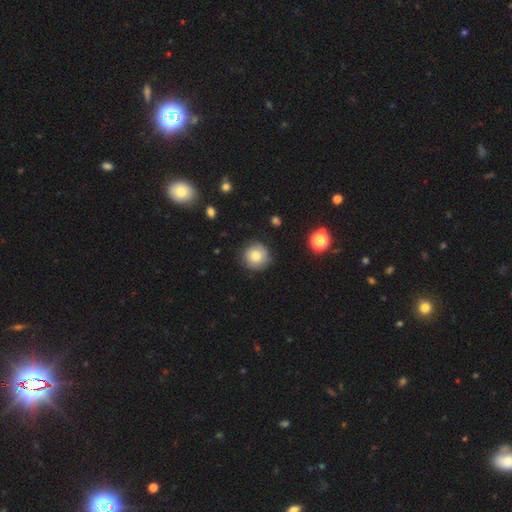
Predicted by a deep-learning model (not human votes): A smooth galaxy with no disk features (77%) that is round (94%).

Vote fractions:
- Smooth or featured? smooth: 77% / featured or disk: 14% / star or artifact: 10%
- How rounded? round: 94% / in between: 5% / cigar-shaped: 1%
- Merging? none: 85% / minor disturbance: 11% / major disturbance: 3% / merger: 1%